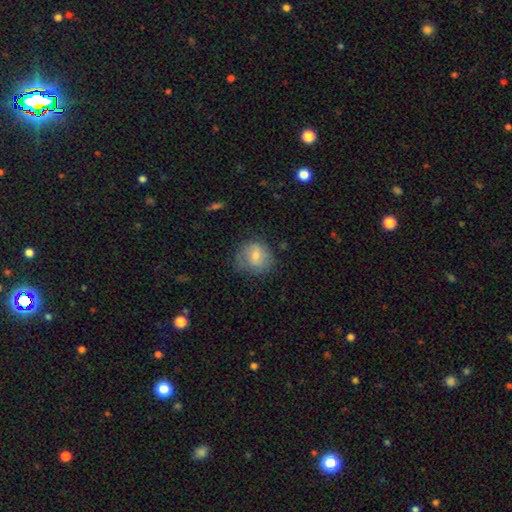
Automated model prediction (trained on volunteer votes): Morphology: type=smooth (66%); roundness=round (76%); merging=none (61%).